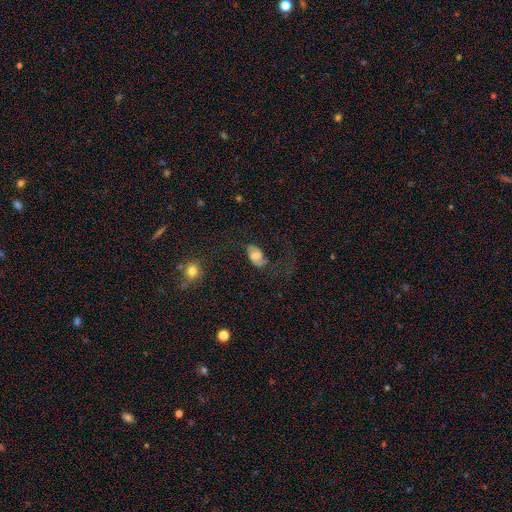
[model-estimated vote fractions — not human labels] The model was most divided on "smooth or featured": smooth: 50%, featured or disk: 40%, star or artifact: 10%. More confident: merging — none (50%).